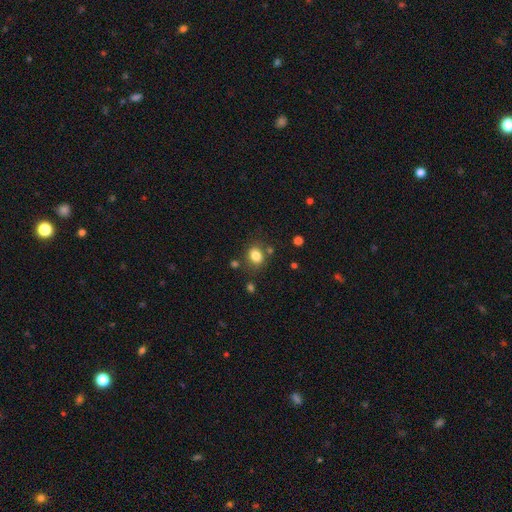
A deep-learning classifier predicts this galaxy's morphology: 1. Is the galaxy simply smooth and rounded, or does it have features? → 82% smooth, 11% star or artifact, 7% featured or disk.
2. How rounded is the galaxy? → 50% round, 49% in between, 1% cigar-shaped.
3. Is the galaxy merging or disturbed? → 76% none, 13% minor disturbance, 7% merger, 4% major disturbance.